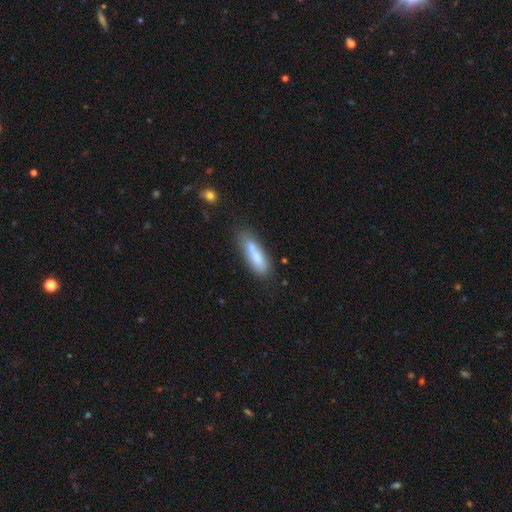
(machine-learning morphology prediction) This is likely a smooth galaxy (77%). How rounded: likely cigar-shaped (63%). Merging: likely none (63%).